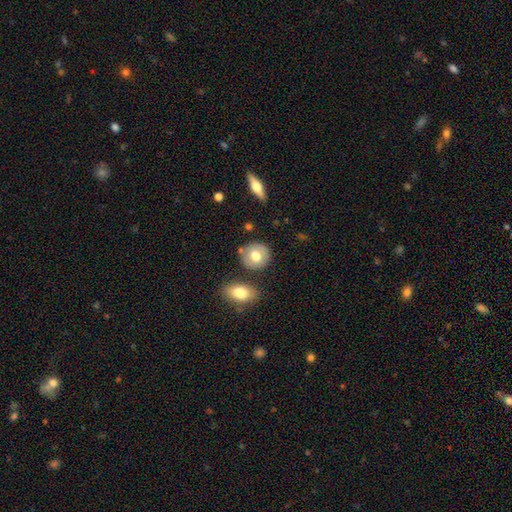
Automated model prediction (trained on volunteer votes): smooth 70%, featured or disk 23%, star or artifact 7%. Down the decision tree: how rounded — round (80%); merging — none (78%).